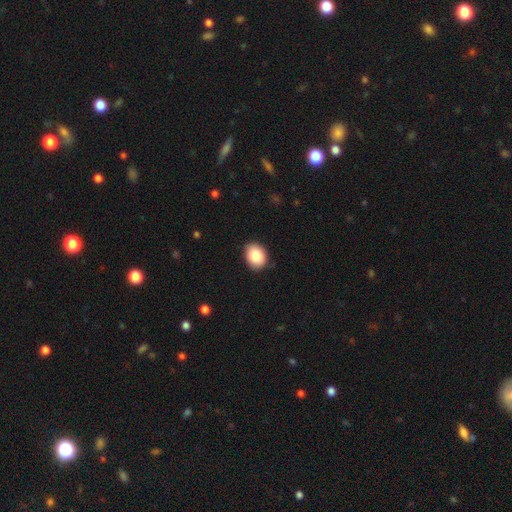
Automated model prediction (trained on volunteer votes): Q: Smooth or featured?
A: smooth (85%); runner-up: star or artifact (8%)
Q: How rounded?
A: in between (60%); runner-up: round (39%)
Q: Merging?
A: none (88%); runner-up: minor disturbance (9%)